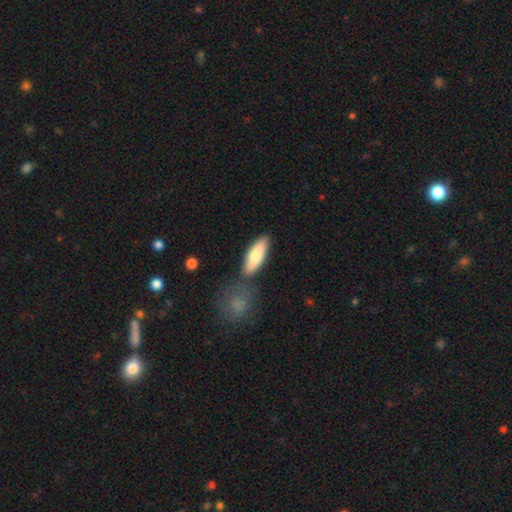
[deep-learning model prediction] A smooth galaxy with no disk features (79%) that is in between round and cigar-shaped (66%).

Vote fractions:
- Smooth or featured? smooth: 79% / featured or disk: 16% / star or artifact: 5%
- How rounded? in between: 66% / cigar-shaped: 32% / round: 2%
- Merging? none: 76% / minor disturbance: 13% / merger: 8% / major disturbance: 3%